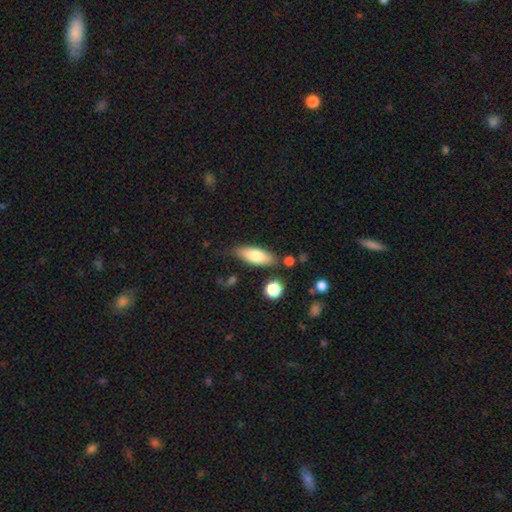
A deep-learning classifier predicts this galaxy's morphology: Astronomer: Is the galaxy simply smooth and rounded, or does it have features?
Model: smooth — 74%.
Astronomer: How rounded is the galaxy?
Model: in between — 69%.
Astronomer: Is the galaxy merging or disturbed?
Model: none — 78%.